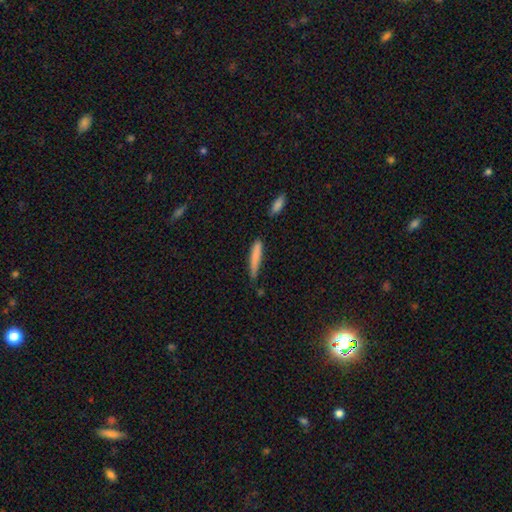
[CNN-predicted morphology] Smooth or featured? smooth (80%)
How rounded? cigar-shaped (90%)
Merging? none (64%)